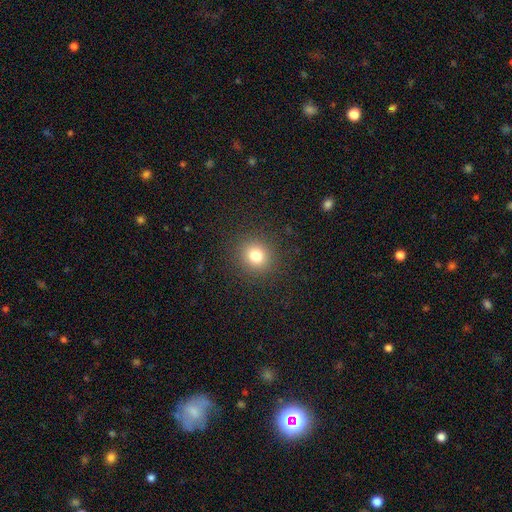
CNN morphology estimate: Smooth or featured: smooth — 78% (star or artifact — 14%)
How rounded: round — 89% (in between — 10%)
Merging: none — 90% (minor disturbance — 6%)